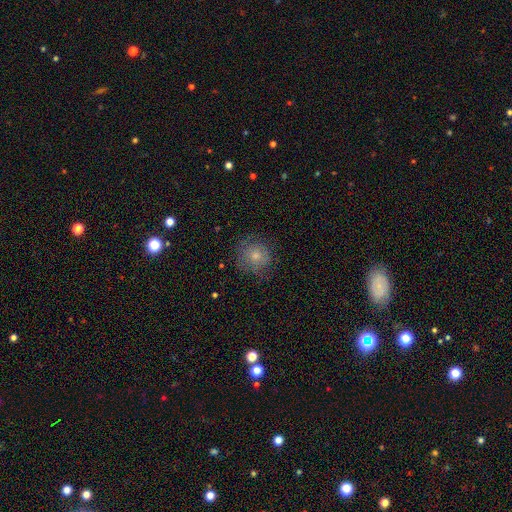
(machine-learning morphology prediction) smooth 71%, featured or disk 19%, star or artifact 10%. Down the decision tree: how rounded — round (90%); merging — none (73%).